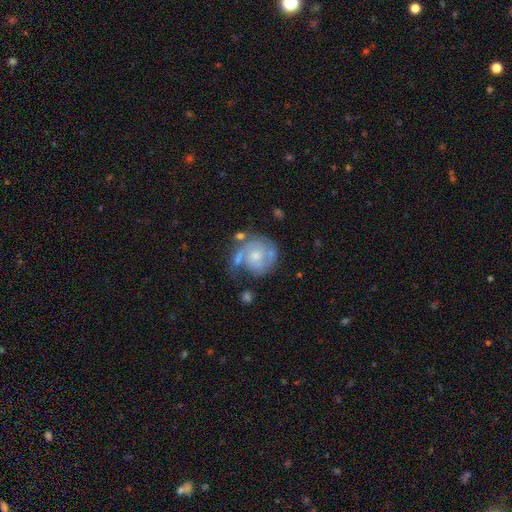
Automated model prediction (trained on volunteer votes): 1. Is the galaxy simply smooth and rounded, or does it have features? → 77% featured or disk, 17% smooth, 6% star or artifact.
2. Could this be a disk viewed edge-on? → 98% no, 2% yes.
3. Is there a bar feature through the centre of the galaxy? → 67% no, 28% weak, 5% strong.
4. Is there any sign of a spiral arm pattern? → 90% yes, 10% no.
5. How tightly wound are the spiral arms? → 49% tight, 38% medium, 12% loose.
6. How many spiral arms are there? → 58% 2, 17% can't tell, 11% 1, 9% 3, 2% 4, 2% more than 4.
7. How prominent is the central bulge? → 48% moderate, 41% small, 5% none, 4% large, 1% dominant.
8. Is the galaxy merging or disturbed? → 53% none, 23% minor disturbance, 14% major disturbance, 10% merger.